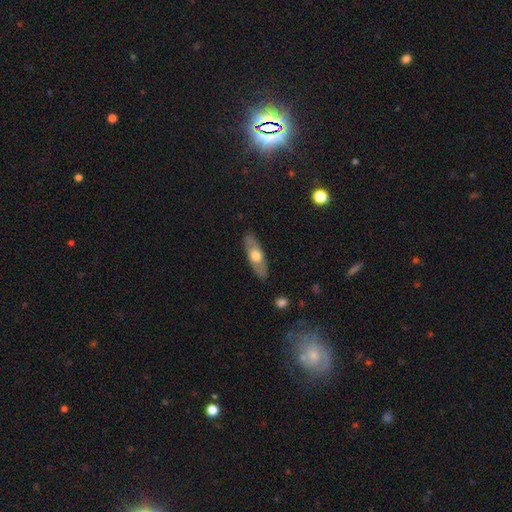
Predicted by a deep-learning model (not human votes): The model was most divided on "smooth or featured": smooth: 50%, featured or disk: 45%, star or artifact: 5%. More confident: merging — none (86%).